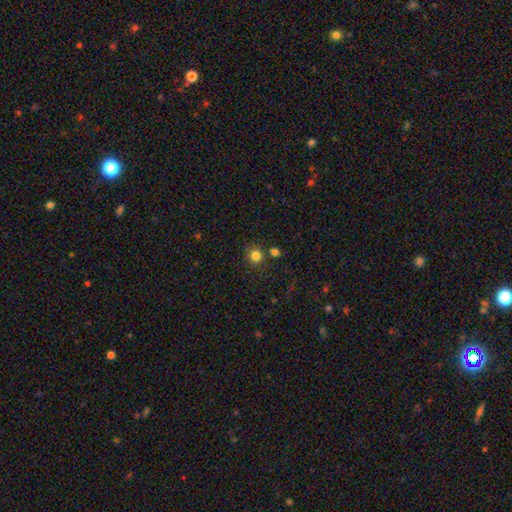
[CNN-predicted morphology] Smooth or featured?
  - smooth: 82% *
  - star or artifact: 13%
  - featured or disk: 5%
How rounded?
  - round: 85% *
  - in between: 14%
  - cigar-shaped: 1%
Merging?
  - none: 77% *
  - minor disturbance: 11%
  - merger: 9%
  - major disturbance: 4%